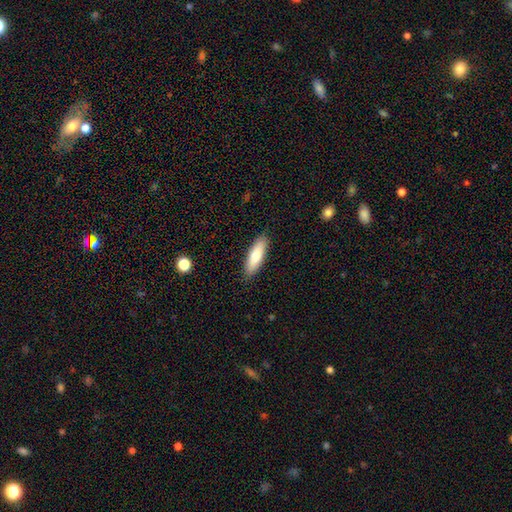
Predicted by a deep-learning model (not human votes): smooth-or-featured: smooth: 75% | featured or disk: 19% | star or artifact: 6%
  how-rounded: cigar-shaped: 53% | in between: 45% | round: 2%
  merging: none: 88% | minor disturbance: 9% | major disturbance: 2% | merger: 1%